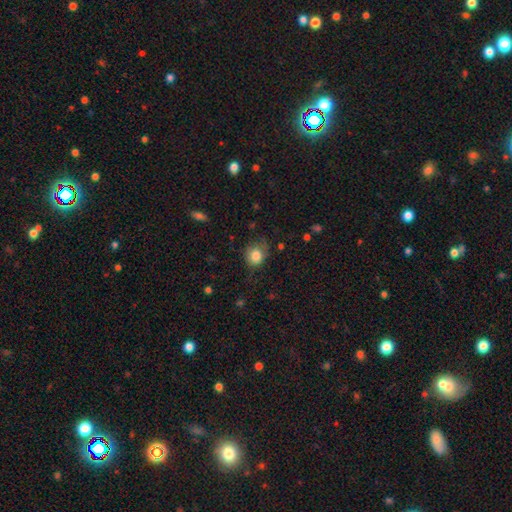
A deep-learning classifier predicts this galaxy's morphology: smooth-or-featured: smooth: 83% | star or artifact: 9% | featured or disk: 8%
  how-rounded: round: 65% | in between: 34% | cigar-shaped: 1%
  merging: none: 62% | minor disturbance: 27% | major disturbance: 9% | merger: 2%